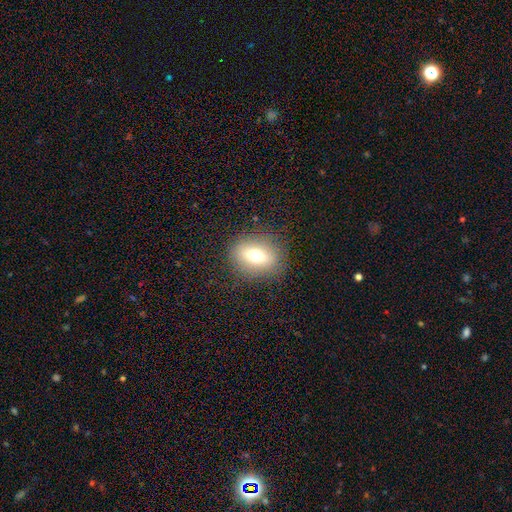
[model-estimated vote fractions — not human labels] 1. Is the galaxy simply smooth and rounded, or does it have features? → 66% smooth, 23% featured or disk, 11% star or artifact.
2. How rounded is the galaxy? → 60% in between, 36% round, 4% cigar-shaped.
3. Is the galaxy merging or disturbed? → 84% none, 10% minor disturbance, 4% major disturbance, 1% merger.